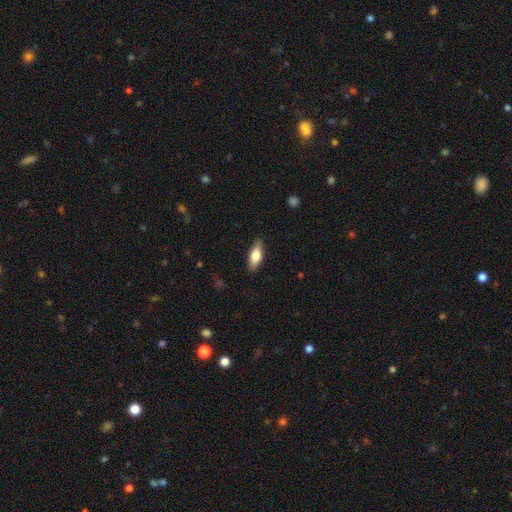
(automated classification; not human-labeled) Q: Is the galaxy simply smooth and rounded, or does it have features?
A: smooth — 72%.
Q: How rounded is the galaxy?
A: in between — 73%.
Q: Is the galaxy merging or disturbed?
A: none — 86%.